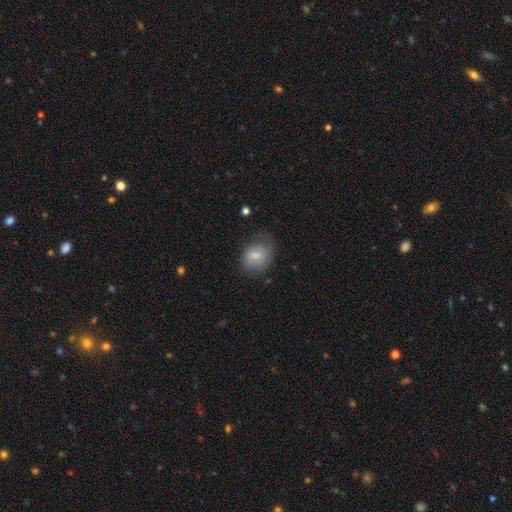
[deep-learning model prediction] Smooth or featured? Predicted: smooth (p=0.72). How rounded? Predicted: round (p=0.50). Merging? Predicted: none (p=0.50).